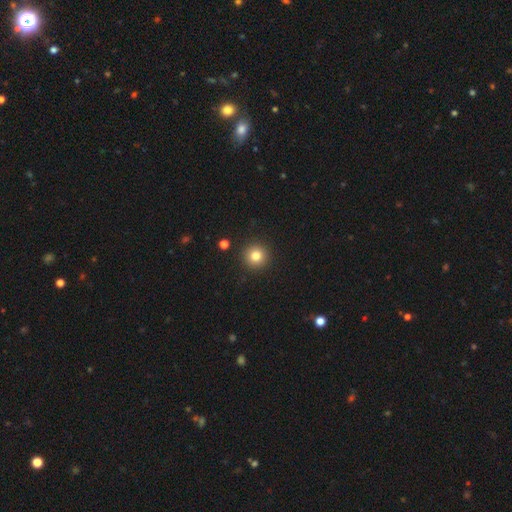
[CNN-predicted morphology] Smooth or featured?
  - smooth: 81% *
  - star or artifact: 12%
  - featured or disk: 7%
How rounded?
  - round: 95% *
  - in between: 4%
  - cigar-shaped: 1%
Merging?
  - none: 92% *
  - minor disturbance: 5%
  - major disturbance: 2%
  - merger: 2%